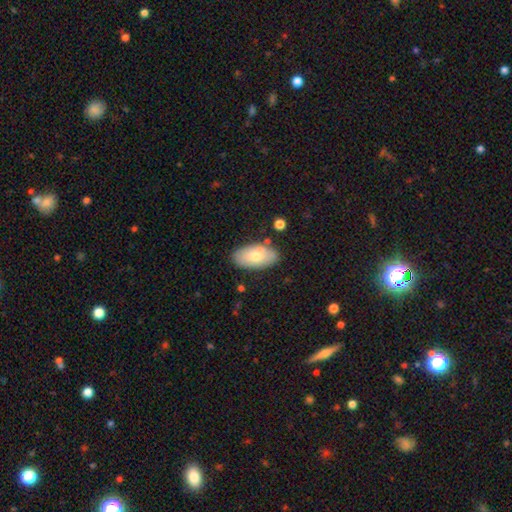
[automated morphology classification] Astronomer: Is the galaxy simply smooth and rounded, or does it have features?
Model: smooth — 72%.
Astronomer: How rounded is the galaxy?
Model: in between — 94%.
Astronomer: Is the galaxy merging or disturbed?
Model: none — 80%.